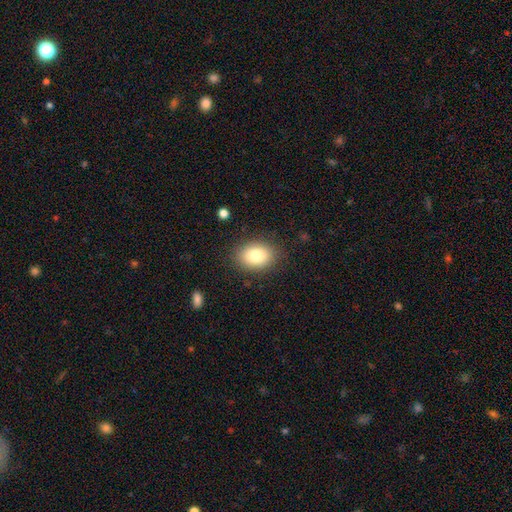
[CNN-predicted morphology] smooth 81%, featured or disk 10%, star or artifact 9%. Down the decision tree: how rounded — in between (72%); merging — none (86%).